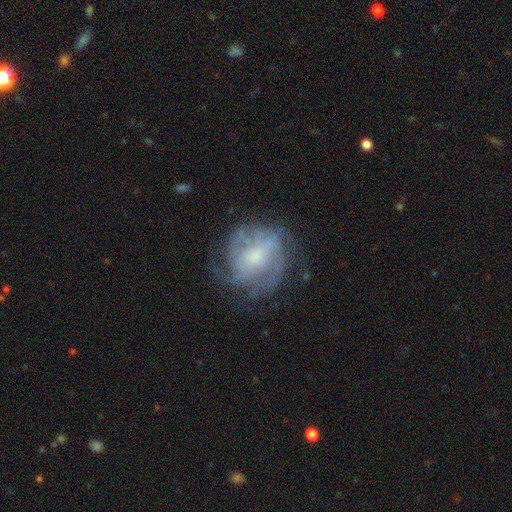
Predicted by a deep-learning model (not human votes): This is likely a featured or disk galaxy (73%). It is clearly not viewed edge-on (97%). Bar: possibly no (56%). Spiral arm pattern: clearly yes (84%). Spiral arm count: marginally can't tell (41%). Spiral winding: possibly tight (47%). Central bulge: marginally small (41%). Merging: likely none (66%).